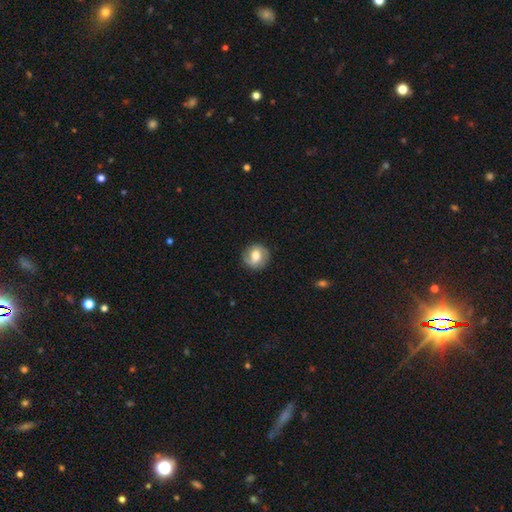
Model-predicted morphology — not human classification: A smooth galaxy with no disk features (49%). Merging: none (83%).